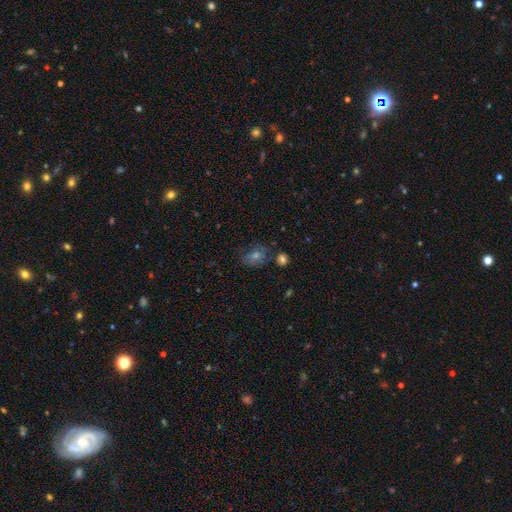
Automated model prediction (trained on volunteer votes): smooth-or-featured: smooth: 48% | featured or disk: 27% | star or artifact: 25%
  merging: none: 68% | minor disturbance: 19% | major disturbance: 7% | merger: 6%